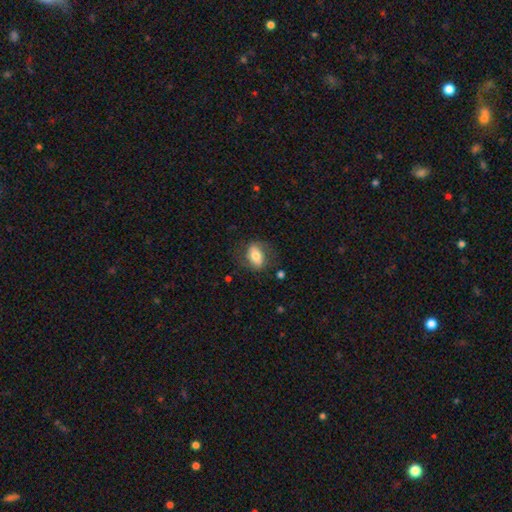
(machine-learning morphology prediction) This appears to be a smooth galaxy with no disk features (63%) that is in between round and cigar-shaped (82%). Merging: none (68%).